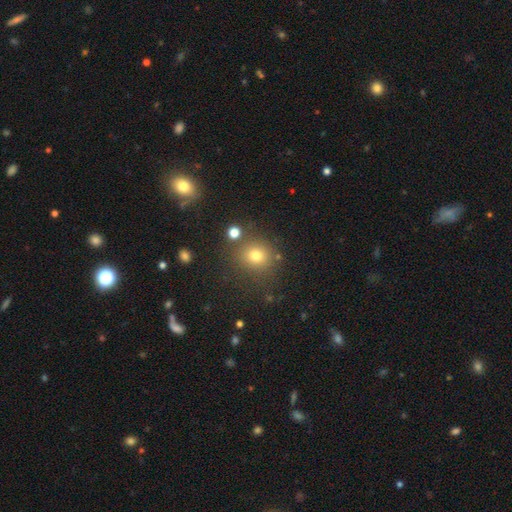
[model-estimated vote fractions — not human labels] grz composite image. It shows a smooth galaxy with no disk features (73%) that is round (80%). Merging: none (79%).